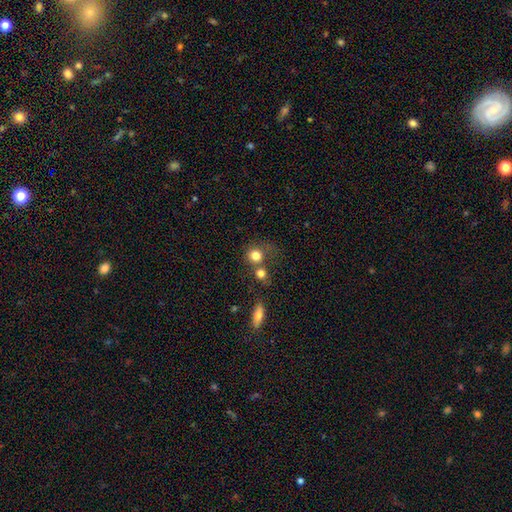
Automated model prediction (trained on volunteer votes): Overall: smooth (79%). How rounded: round (81%). Merging: none (46%; merger 34%).